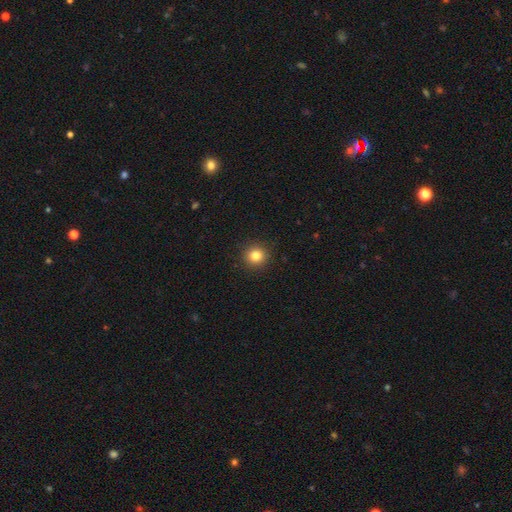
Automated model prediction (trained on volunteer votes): The model was most divided on "smooth or featured": smooth: 83%, star or artifact: 12%, featured or disk: 6%. More confident: how rounded — round (94%); merging — none (92%).